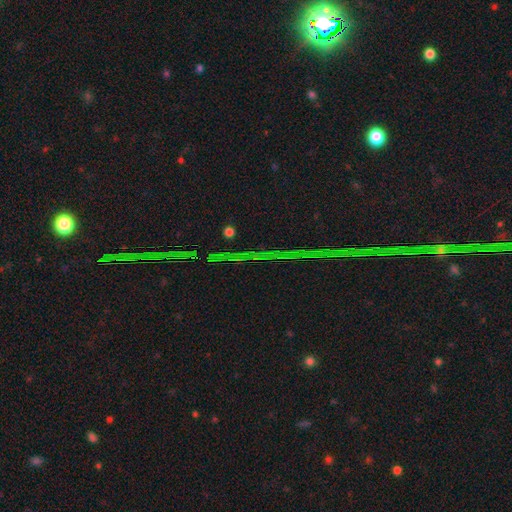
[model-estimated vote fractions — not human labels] Overall: star or artifact (83%).